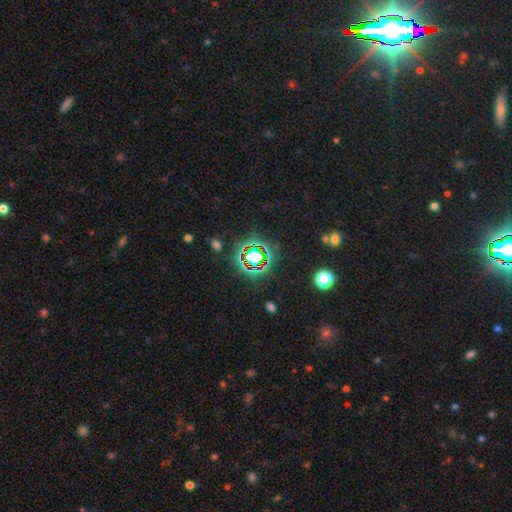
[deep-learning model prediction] Q: Smooth or featured?
A: star or artifact (73%); runner-up: smooth (16%)